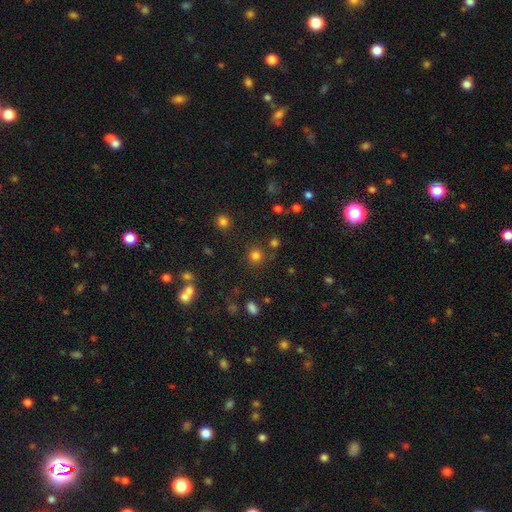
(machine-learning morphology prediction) A smooth galaxy with no disk features (78%) that is round (92%).

Vote fractions:
- Smooth or featured? smooth: 78% / star or artifact: 17% / featured or disk: 5%
- How rounded? round: 92% / in between: 7% / cigar-shaped: 1%
- Merging? none: 81% / minor disturbance: 8% / merger: 7% / major disturbance: 4%